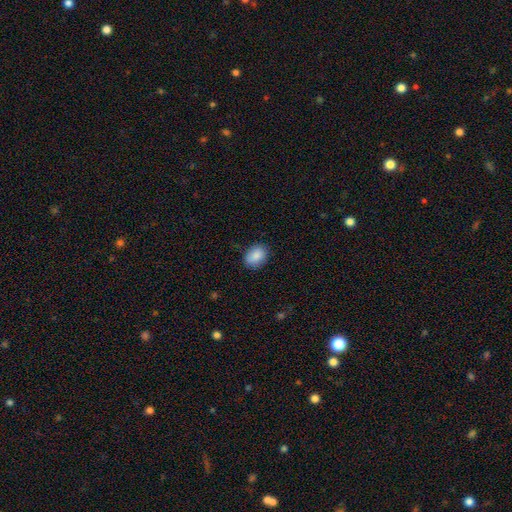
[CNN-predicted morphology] Q: Smooth or featured?
A: smooth (88%); runner-up: star or artifact (7%)
Q: How rounded?
A: in between (72%); runner-up: round (27%)
Q: Merging?
A: none (82%); runner-up: minor disturbance (14%)